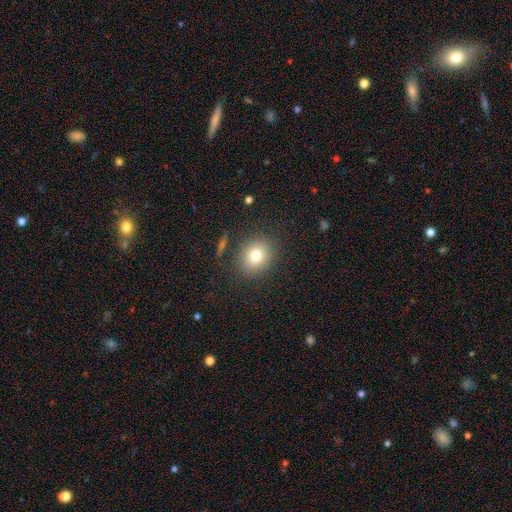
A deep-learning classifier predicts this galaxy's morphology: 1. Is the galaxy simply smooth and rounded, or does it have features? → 77% smooth, 12% star or artifact, 11% featured or disk.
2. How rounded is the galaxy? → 69% round, 30% in between, 1% cigar-shaped.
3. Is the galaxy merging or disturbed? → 85% none, 9% minor disturbance, 4% major disturbance, 2% merger.